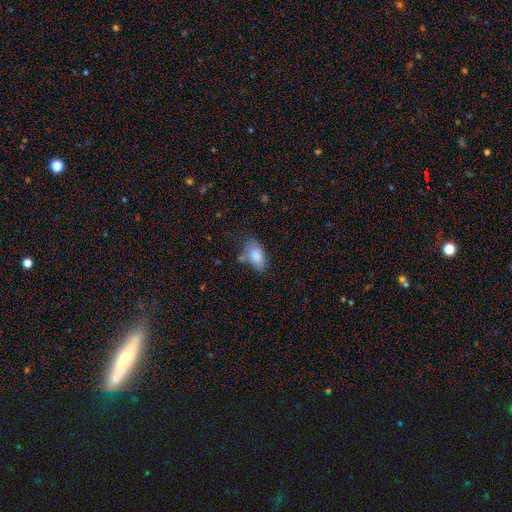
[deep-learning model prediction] Morphology: type=smooth (83%); roundness=in between (90%); merging=none (51%).